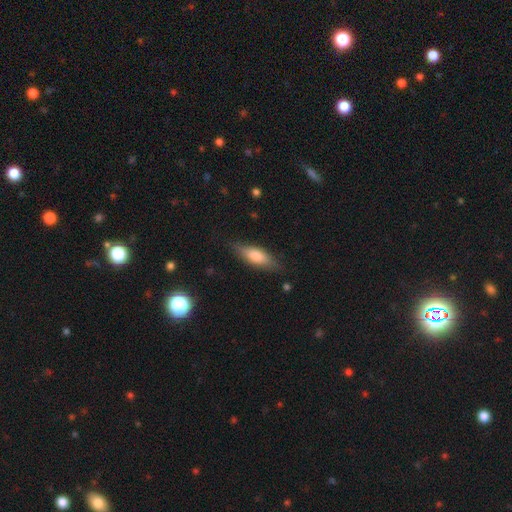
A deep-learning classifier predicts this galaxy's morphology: Q: Smooth or featured?
A: smooth (70%); runner-up: featured or disk (24%)
Q: How rounded?
A: in between (59%); runner-up: cigar-shaped (38%)
Q: Merging?
A: none (79%); runner-up: minor disturbance (16%)